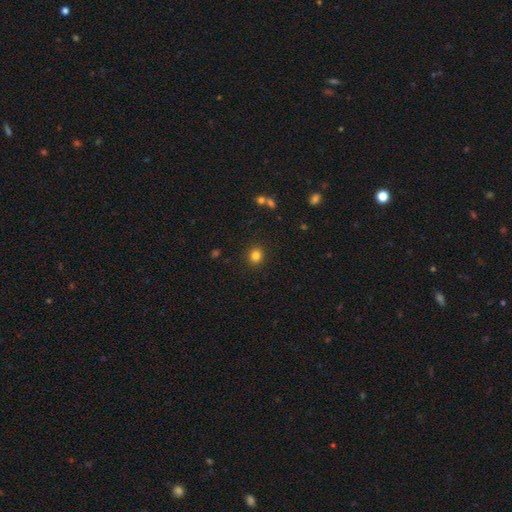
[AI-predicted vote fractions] Smooth or featured: smooth — 83% (star or artifact — 12%)
How rounded: round — 81% (in between — 18%)
Merging: none — 91% (minor disturbance — 6%)